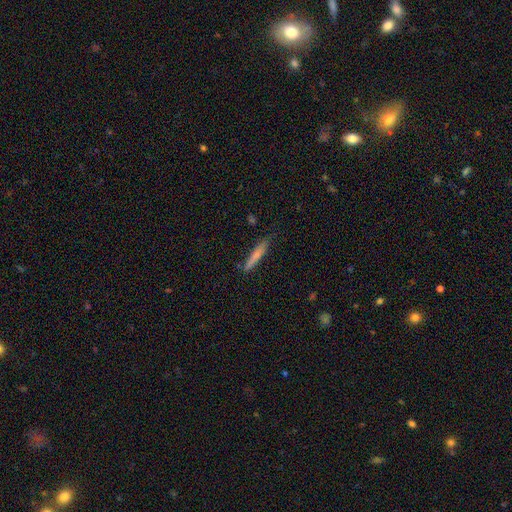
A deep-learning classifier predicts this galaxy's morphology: Smooth or featured? smooth (69%)
How rounded? cigar-shaped (94%)
Merging? none (80%)